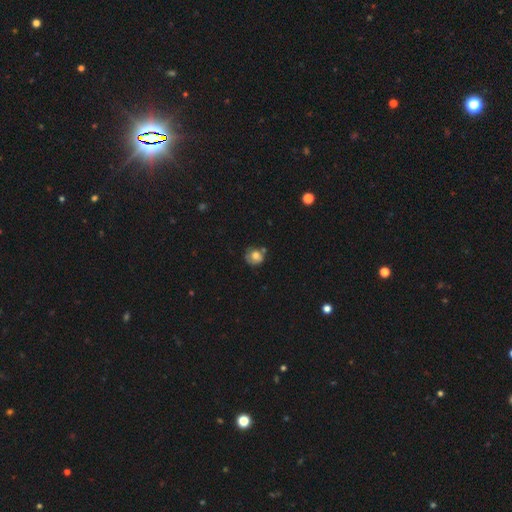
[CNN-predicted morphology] smooth_or_featured: smooth (p=0.65) [alt: featured or disk p=0.26]
how_rounded: round (p=0.74) [alt: in between p=0.25]
merging: none (p=0.51) [alt: minor disturbance p=0.26]